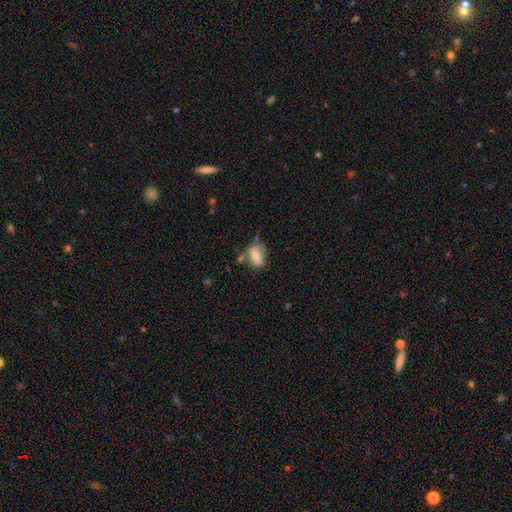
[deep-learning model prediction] This appears to be a smooth galaxy with no disk features (70%) that is in between round and cigar-shaped (83%). Merging: none (44%).